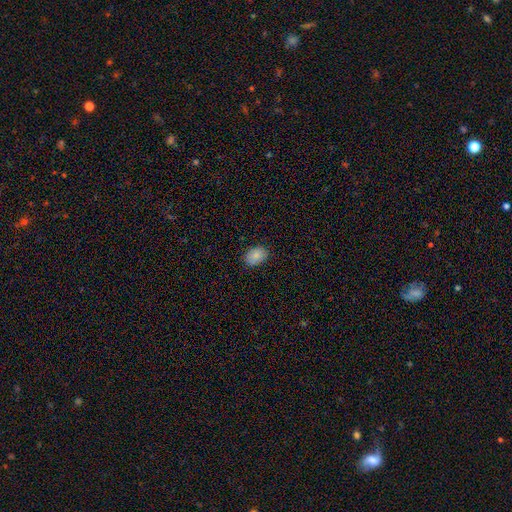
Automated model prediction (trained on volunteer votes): This is clearly a smooth galaxy (86%). How rounded: likely in between (79%). Merging: clearly none (86%).